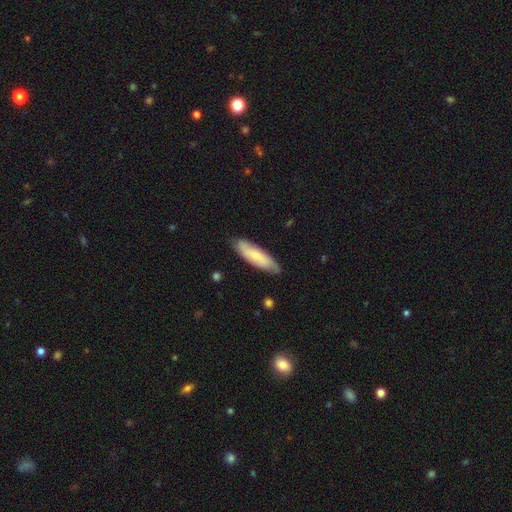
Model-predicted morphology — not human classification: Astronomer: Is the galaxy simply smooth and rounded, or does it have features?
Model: smooth — 61%.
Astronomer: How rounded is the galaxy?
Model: cigar-shaped — 56% (runner-up: in between, 43%).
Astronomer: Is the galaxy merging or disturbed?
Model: none — 80%.